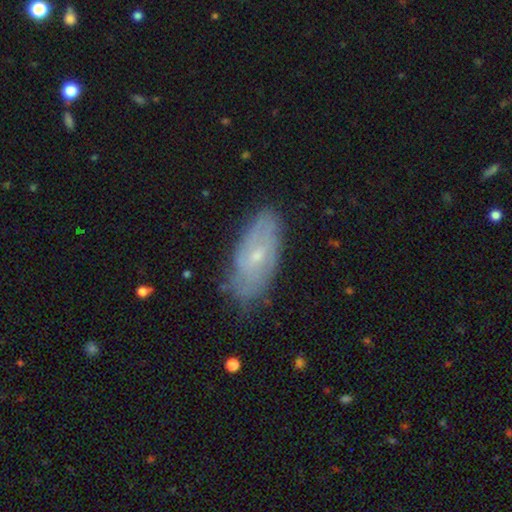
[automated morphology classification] This is possibly a featured or disk galaxy (58%). It is clearly not viewed edge-on (87%). Bar: likely no (62%). Spiral arm pattern: likely yes (69%). Central bulge: likely small (68%). Merging: likely none (75%).